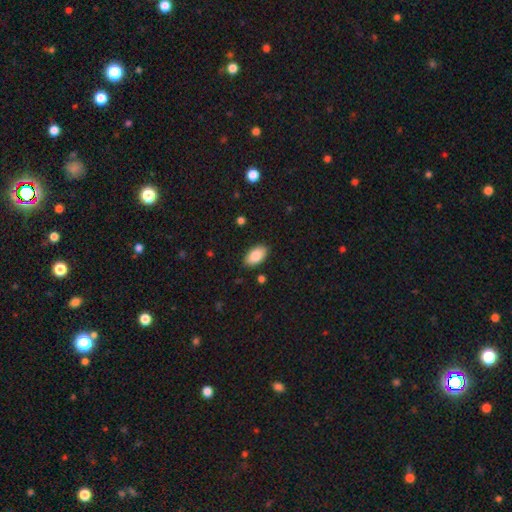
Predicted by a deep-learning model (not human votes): Smooth or featured? smooth (84%)
How rounded? in between (95%)
Merging? none (87%)